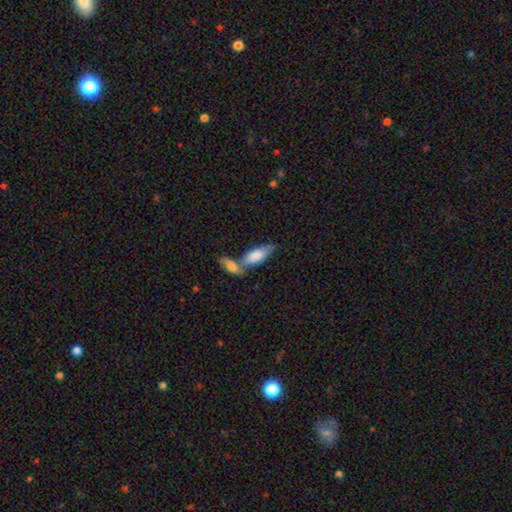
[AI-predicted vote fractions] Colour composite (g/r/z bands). It shows a smooth galaxy with no disk features (72%) that is in between round and cigar-shaped (71%). Merging: merger (53%).